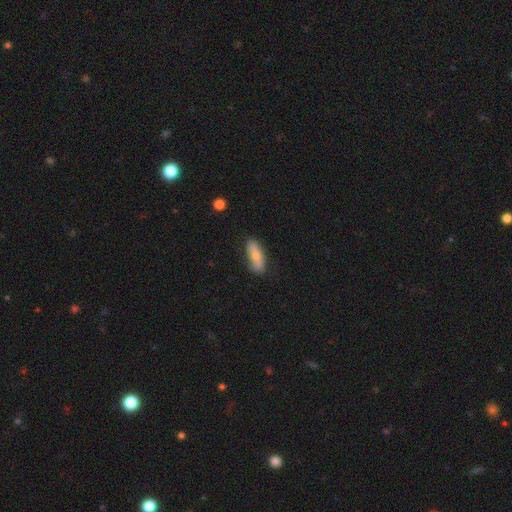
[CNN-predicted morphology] A smooth galaxy with no disk features (64%) that is in between round and cigar-shaped (72%). Merging: none (75%).